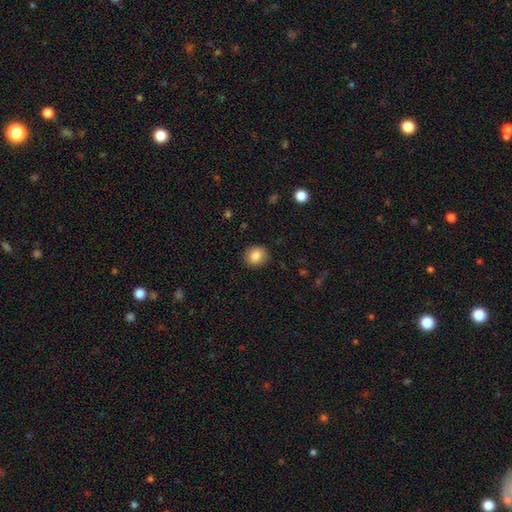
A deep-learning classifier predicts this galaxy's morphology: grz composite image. It shows a smooth galaxy with no disk features (84%) that is round (77%). Merging: none (90%).